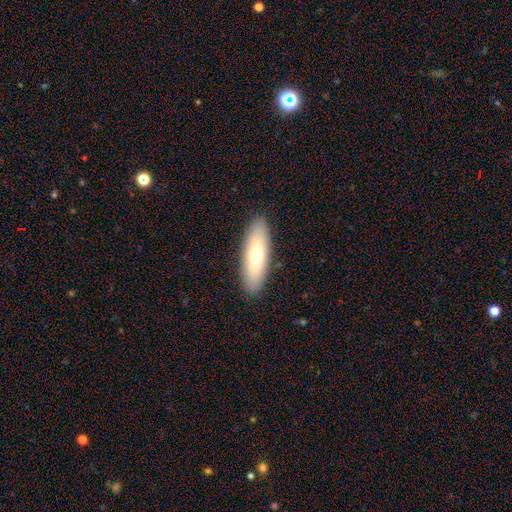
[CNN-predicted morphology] type=smooth (69%); roundness=in between (57%); merging=none (90%).